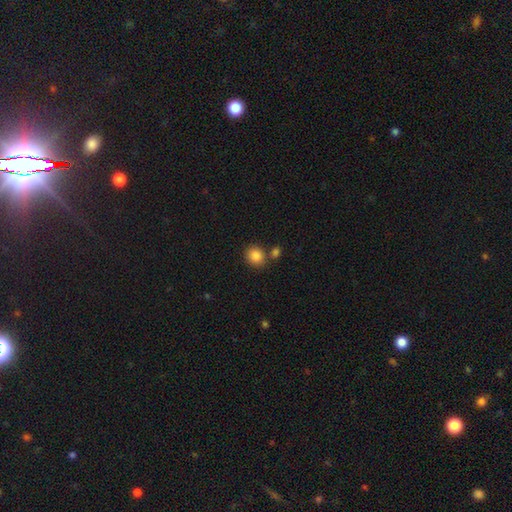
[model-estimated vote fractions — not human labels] Smooth or featured? Predicted: smooth (p=0.86). How rounded? Predicted: round (p=0.78). Merging? Predicted: none (p=0.73).